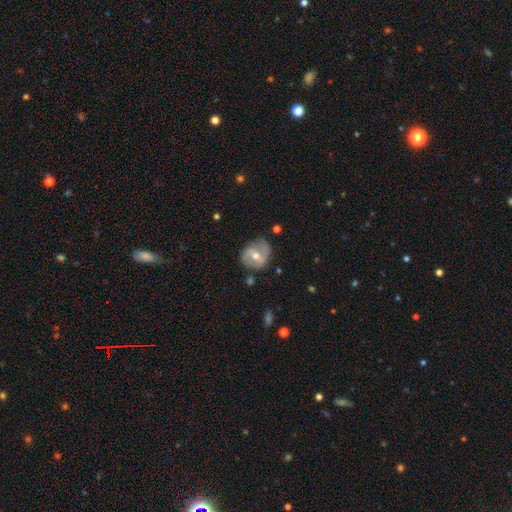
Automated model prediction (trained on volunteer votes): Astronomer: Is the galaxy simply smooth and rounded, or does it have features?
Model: featured or disk — 56% (runner-up: smooth, 37%).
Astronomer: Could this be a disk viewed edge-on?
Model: no — 95%.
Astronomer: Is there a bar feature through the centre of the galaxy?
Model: weak — 44% (runner-up: strong, 34%).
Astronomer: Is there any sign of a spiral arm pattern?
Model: yes — 56% (runner-up: no, 44%).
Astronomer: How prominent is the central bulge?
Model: moderate — 70%.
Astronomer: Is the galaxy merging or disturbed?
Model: none — 65%.